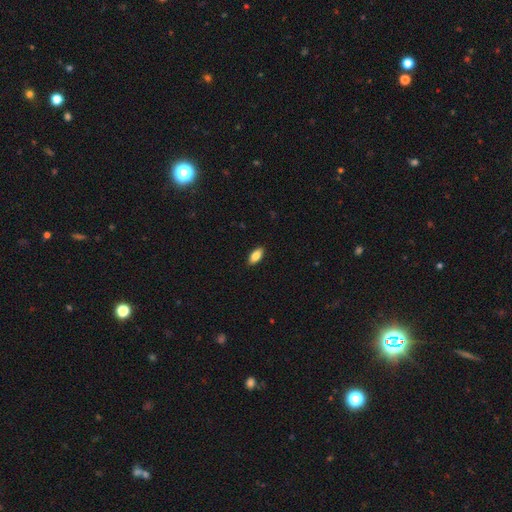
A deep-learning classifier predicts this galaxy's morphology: Smooth or featured? smooth (84%)
How rounded? in between (87%)
Merging? none (90%)